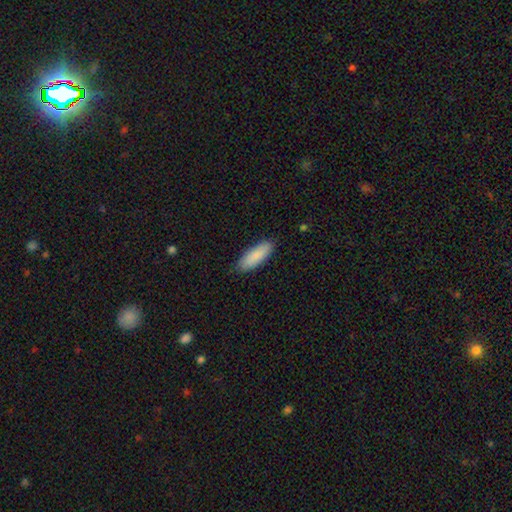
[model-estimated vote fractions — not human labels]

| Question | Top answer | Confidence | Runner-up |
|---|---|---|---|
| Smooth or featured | smooth | 88% | featured or disk (7%) |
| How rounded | in between | 58% | cigar-shaped (40%) |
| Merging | none | 87% | minor disturbance (10%) |